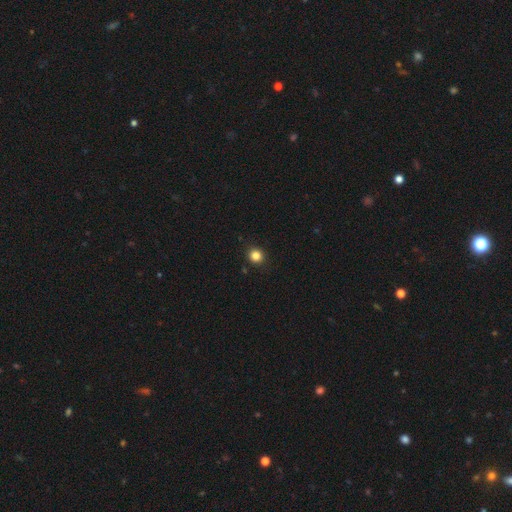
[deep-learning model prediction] The model was most divided on "smooth or featured": smooth: 84%, star or artifact: 12%, featured or disk: 4%. More confident: merging — none (91%); how rounded — round (89%).